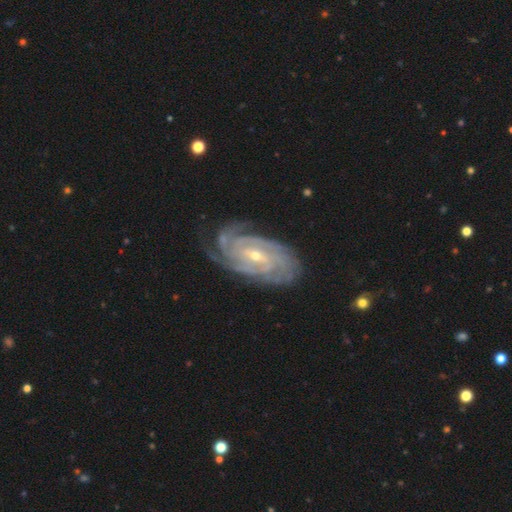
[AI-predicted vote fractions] Overall: featured or disk (92%). Edge-on disk: no (96%). Bar: weak (47%; no 30%). Spiral arms: yes (98%). Spiral arm count: 4 (33%; can't tell 19%). Spiral winding: tight (78%). Bulge size: small (64%; moderate 33%). Merging: none (77%).